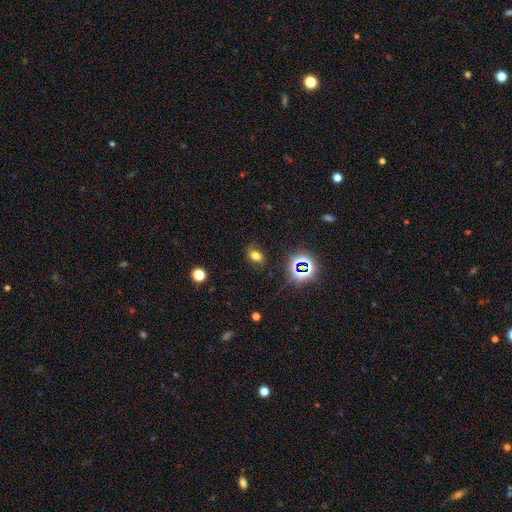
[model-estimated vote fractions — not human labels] Smooth or featured? Predicted: smooth (p=0.64). How rounded? Predicted: in between (p=0.81). Merging? Predicted: none (p=0.82).